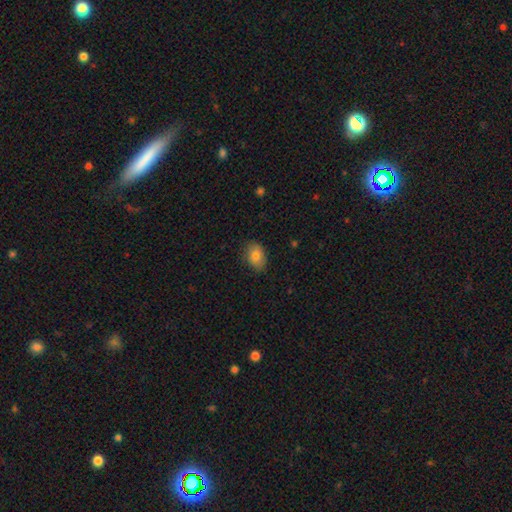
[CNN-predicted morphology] Smooth or featured?
  - smooth: 81% *
  - featured or disk: 10%
  - star or artifact: 9%
How rounded?
  - in between: 75% *
  - round: 24%
  - cigar-shaped: 1%
Merging?
  - none: 82% *
  - minor disturbance: 14%
  - major disturbance: 3%
  - merger: 1%